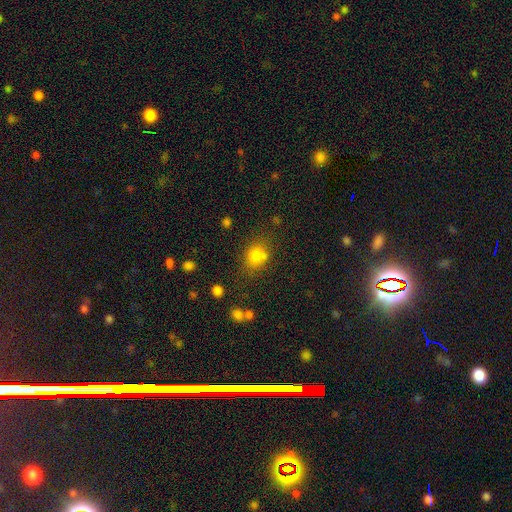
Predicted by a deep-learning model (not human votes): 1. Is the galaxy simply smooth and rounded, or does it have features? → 78% smooth, 13% star or artifact, 8% featured or disk.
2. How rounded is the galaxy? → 56% round, 43% in between, 1% cigar-shaped.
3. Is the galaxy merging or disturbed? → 63% none, 17% minor disturbance, 13% merger, 7% major disturbance.